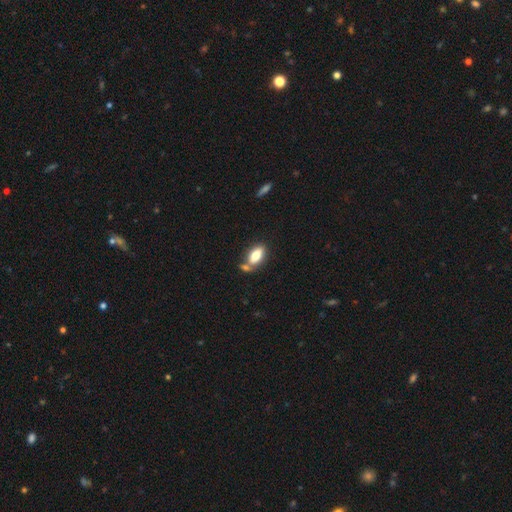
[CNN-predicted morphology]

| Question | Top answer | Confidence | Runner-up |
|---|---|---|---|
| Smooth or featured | smooth | 76% | featured or disk (17%) |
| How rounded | in between | 88% | cigar-shaped (8%) |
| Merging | none | 55% | merger (27%) |